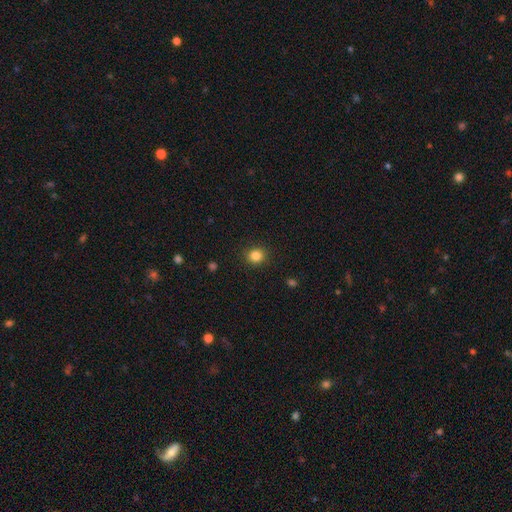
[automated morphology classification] Overall: smooth (84%). How rounded: round (87%). Merging: none (90%).